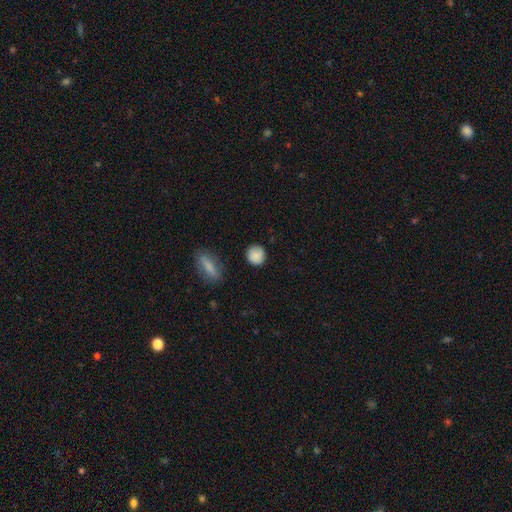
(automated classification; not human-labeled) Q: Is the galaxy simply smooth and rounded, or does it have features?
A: smooth — 86%.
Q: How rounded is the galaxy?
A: round — 87%.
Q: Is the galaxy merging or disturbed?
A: none — 84%.